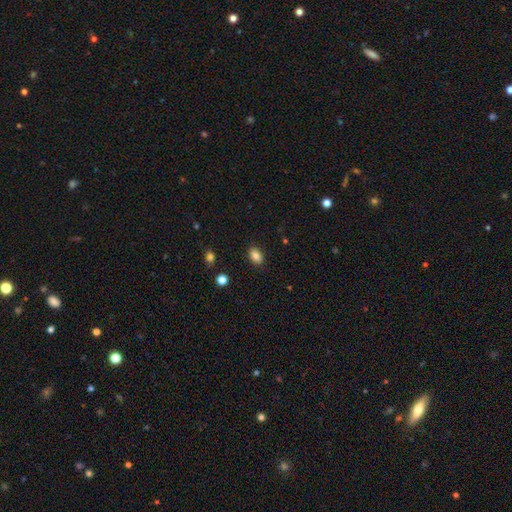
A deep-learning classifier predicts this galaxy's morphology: This appears to be a smooth galaxy with no disk features (83%) that is in between round and cigar-shaped (85%). Merging: none (86%).